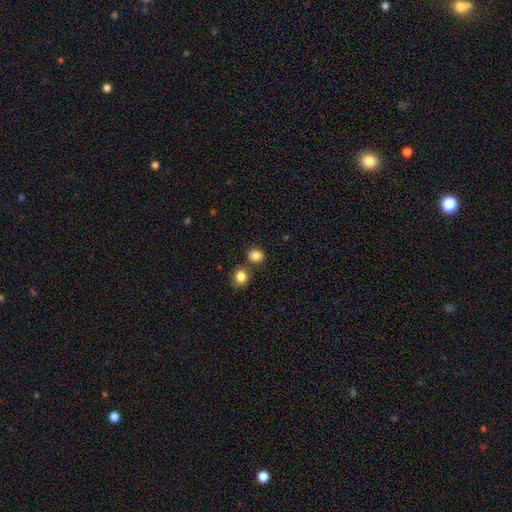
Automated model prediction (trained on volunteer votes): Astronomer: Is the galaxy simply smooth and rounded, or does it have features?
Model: smooth — 84%.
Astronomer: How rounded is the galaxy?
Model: round — 76%.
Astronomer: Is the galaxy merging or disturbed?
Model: none — 72%.